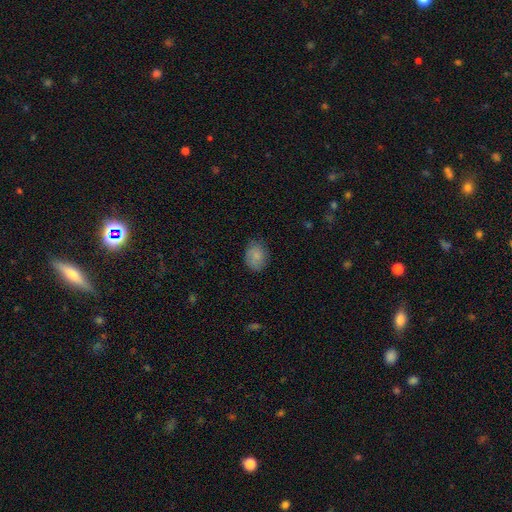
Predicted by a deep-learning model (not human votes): Q: Smooth or featured?
A: smooth (84%); runner-up: star or artifact (8%)
Q: How rounded?
A: in between (60%); runner-up: round (39%)
Q: Merging?
A: none (78%); runner-up: minor disturbance (17%)